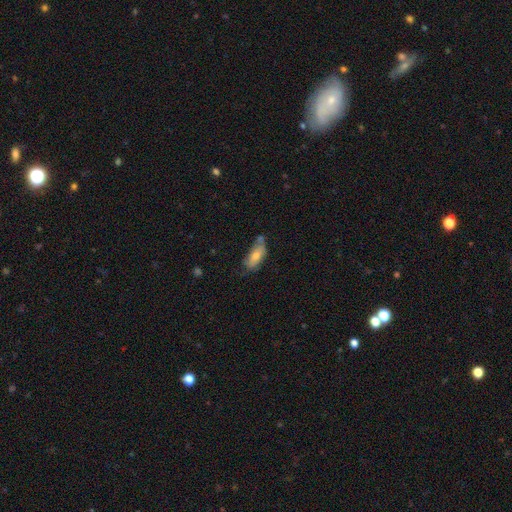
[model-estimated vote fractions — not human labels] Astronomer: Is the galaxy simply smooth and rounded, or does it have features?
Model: smooth — 64%.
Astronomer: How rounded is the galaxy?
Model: in between — 78%.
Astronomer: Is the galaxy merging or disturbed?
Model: none — 49% (runner-up: minor disturbance, 32%).